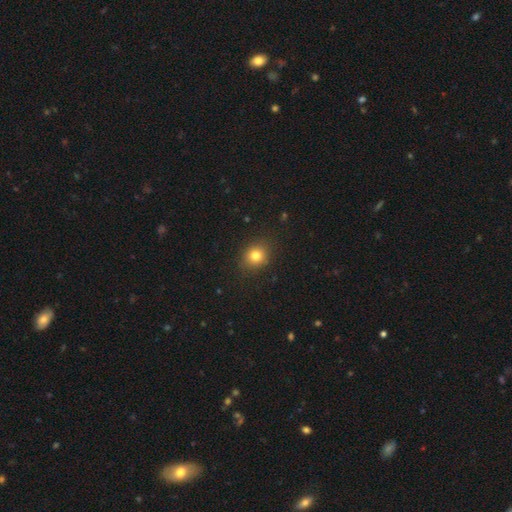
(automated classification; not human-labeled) smooth_or_featured: smooth (p=0.80) [alt: star or artifact p=0.13]
how_rounded: round (p=0.75) [alt: in between p=0.24]
merging: none (p=0.87) [alt: minor disturbance p=0.09]